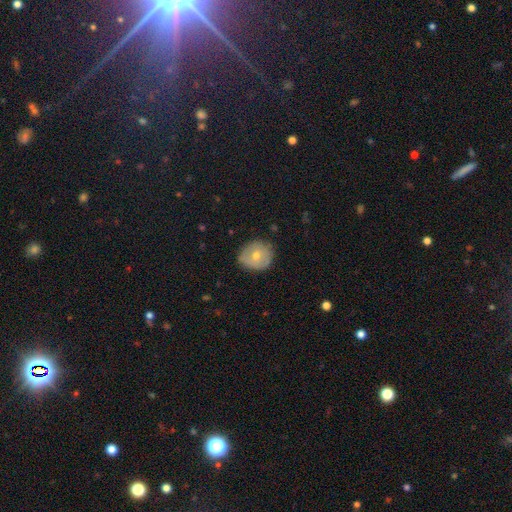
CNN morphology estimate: Overall: smooth (56%; featured or disk 35%). How rounded: round (81%). Merging: none (81%).